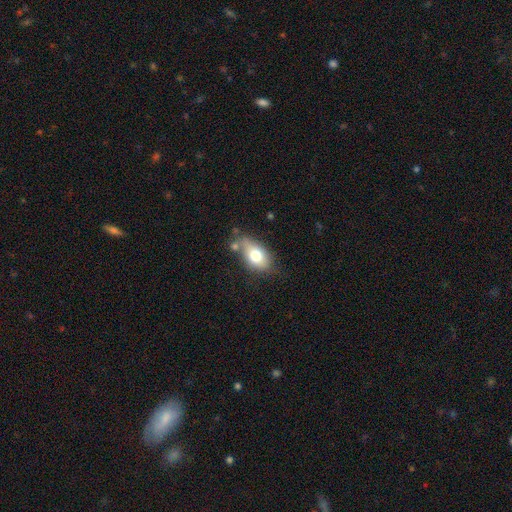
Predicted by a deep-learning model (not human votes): The model was most divided on "merging": none: 52%, minor disturbance: 26%, merger: 14%, major disturbance: 8%. More confident: how rounded — in between (87%); smooth or featured — smooth (73%).